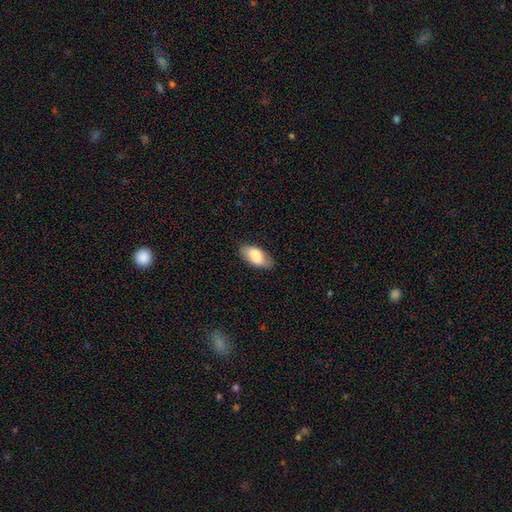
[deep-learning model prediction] Morphology: type=smooth (75%); roundness=in between (92%); merging=none (81%).